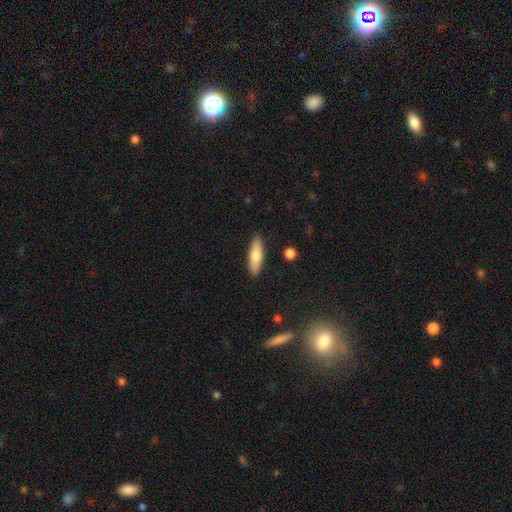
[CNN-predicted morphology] smooth 73%, featured or disk 21%, star or artifact 6%. Down the decision tree: how rounded — cigar-shaped (50%); merging — none (89%).